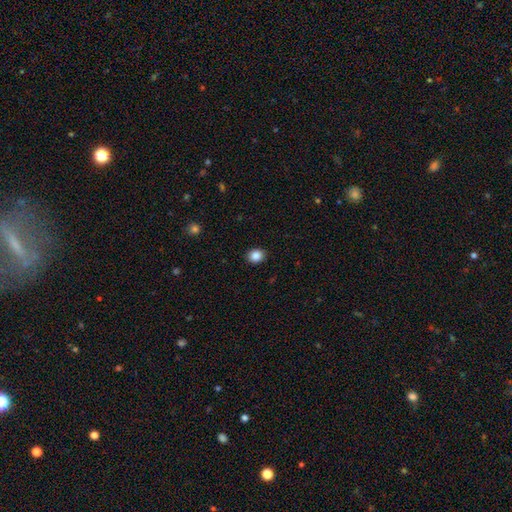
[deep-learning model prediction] Smooth or featured?
  - smooth: 86% *
  - star or artifact: 10%
  - featured or disk: 4%
How rounded?
  - round: 65% *
  - in between: 34%
  - cigar-shaped: 1%
Merging?
  - none: 91% *
  - minor disturbance: 6%
  - major disturbance: 2%
  - merger: 1%